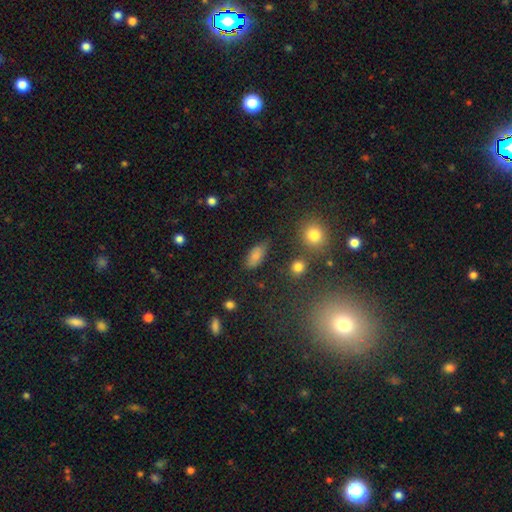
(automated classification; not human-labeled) Smooth or featured: smooth — 81% (star or artifact — 10%)
How rounded: in between — 86% (cigar-shaped — 9%)
Merging: none — 70% (minor disturbance — 21%)